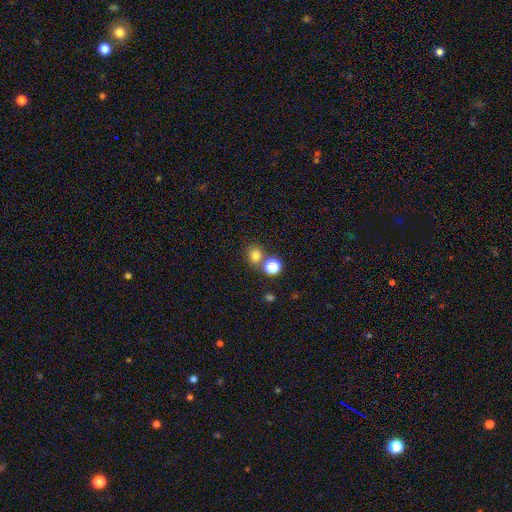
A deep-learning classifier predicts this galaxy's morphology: type=smooth (80%); roundness=round (79%); merging=none (61%).